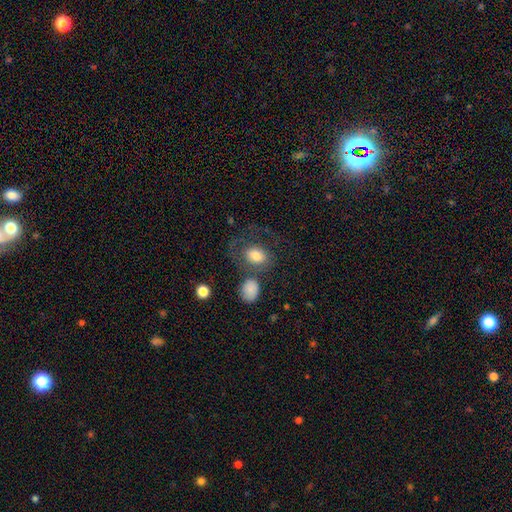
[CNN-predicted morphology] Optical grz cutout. It shows a smooth galaxy with no disk features (74%) that is in between round and cigar-shaped (69%). Merging: none (42%).